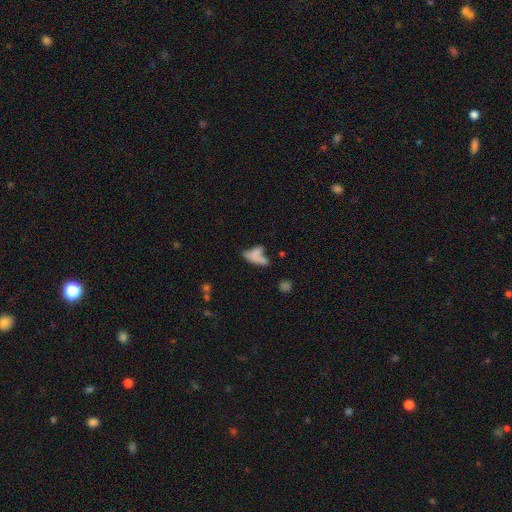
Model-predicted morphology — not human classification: Smooth or featured? smooth (61%)
How rounded? in between (68%)
Merging? merger (34%)